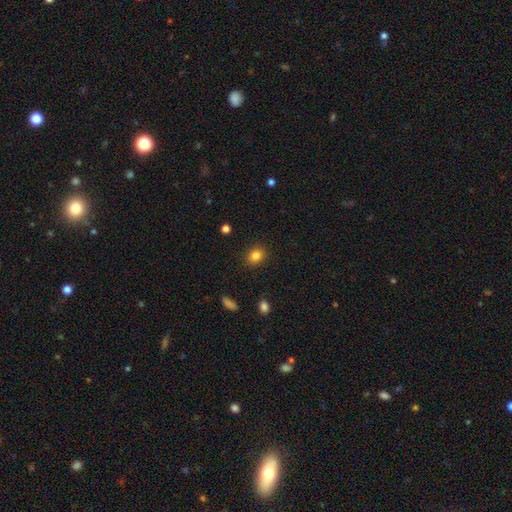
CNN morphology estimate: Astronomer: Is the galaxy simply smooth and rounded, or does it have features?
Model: smooth — 84%.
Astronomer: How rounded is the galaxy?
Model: round — 56% (runner-up: in between, 43%).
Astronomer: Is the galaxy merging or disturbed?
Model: none — 88%.